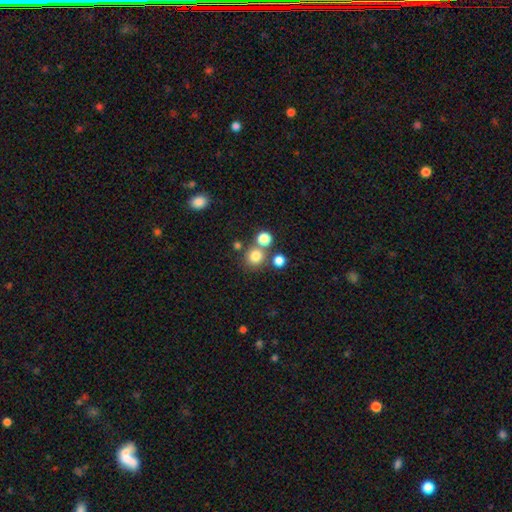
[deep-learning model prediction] Smooth or featured? Predicted: smooth (p=0.78). How rounded? Predicted: round (p=0.90). Merging? Predicted: none (p=0.70).